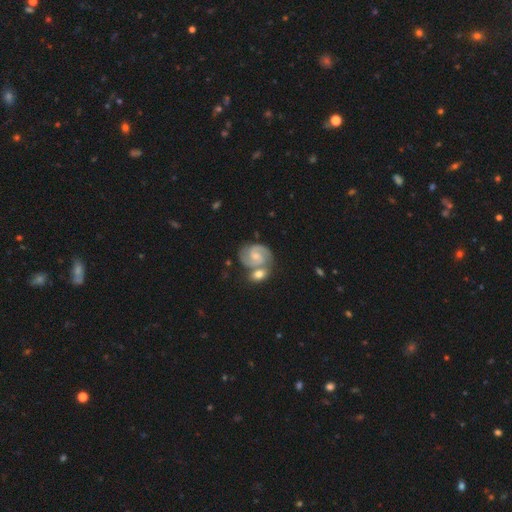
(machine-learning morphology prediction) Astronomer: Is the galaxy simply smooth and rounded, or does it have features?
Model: featured or disk — 83%.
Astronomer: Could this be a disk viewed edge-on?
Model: no — 98%.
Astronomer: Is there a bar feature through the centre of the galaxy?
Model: weak — 47% (runner-up: no, 43%).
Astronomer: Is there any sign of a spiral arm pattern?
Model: yes — 96%.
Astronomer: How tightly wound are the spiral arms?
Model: medium — 53% (runner-up: tight, 37%).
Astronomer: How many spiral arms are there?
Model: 2 — 88%.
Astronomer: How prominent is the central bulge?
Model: small — 48% (runner-up: moderate, 42%).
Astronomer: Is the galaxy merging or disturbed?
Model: none — 48% (runner-up: merger, 37%).